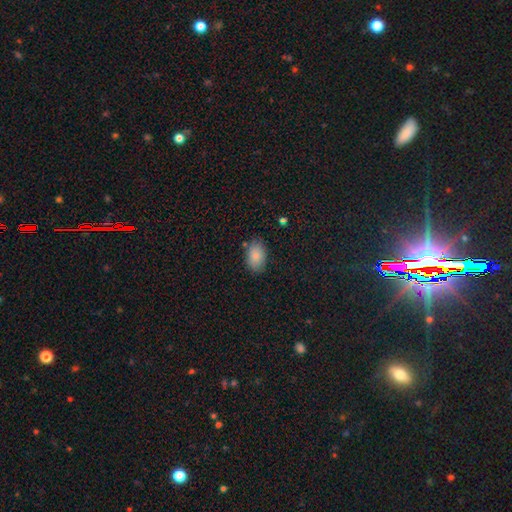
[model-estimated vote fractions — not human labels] Morphology: type=smooth (84%); roundness=in between (90%); merging=none (82%).